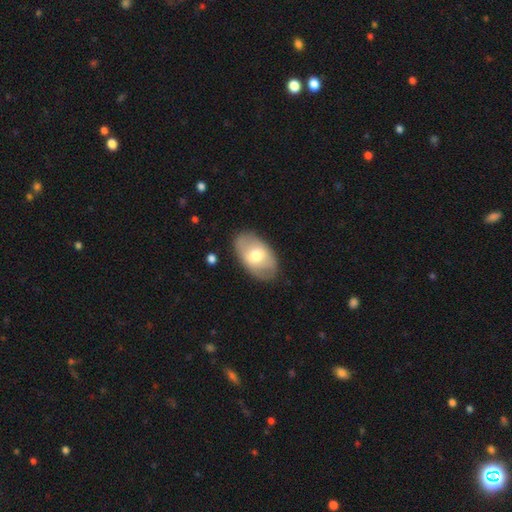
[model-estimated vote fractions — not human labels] smooth 57%, featured or disk 37%, star or artifact 6%. Down the decision tree: how rounded — in between (92%); merging — none (81%).